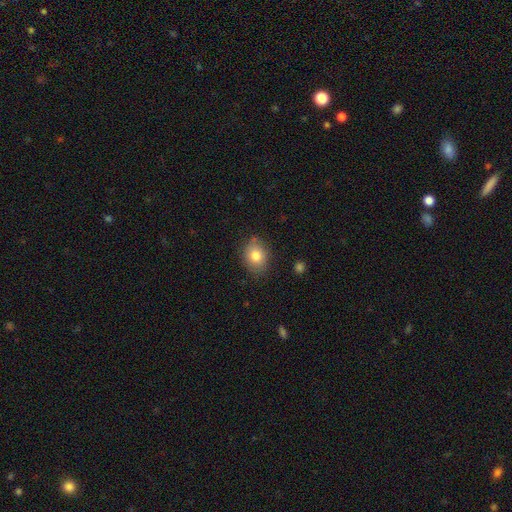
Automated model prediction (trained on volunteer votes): The model was most divided on "how rounded": in between: 62%, round: 37%, cigar-shaped: 1%. More confident: smooth or featured — smooth (81%); merging — none (79%).